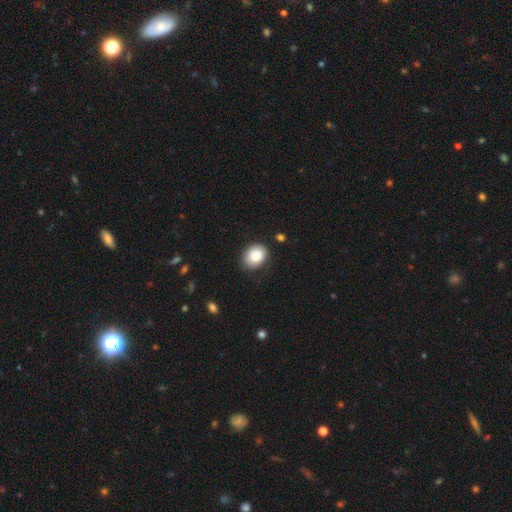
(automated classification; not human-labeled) Morphology: type=smooth (85%); roundness=in between (57%); merging=none (77%).